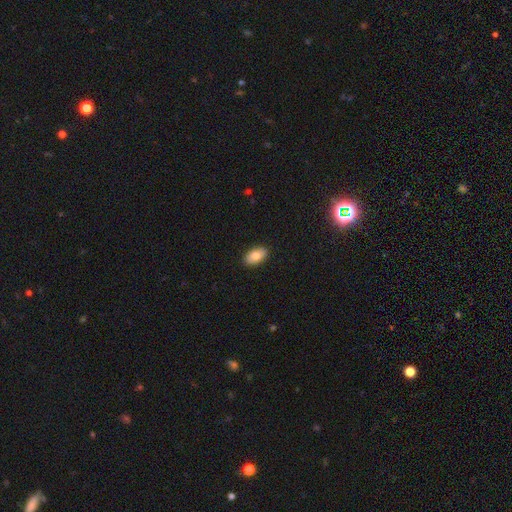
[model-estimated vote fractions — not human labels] A smooth galaxy with no disk features (82%) that is in between round and cigar-shaped (93%). Merging: none (90%).